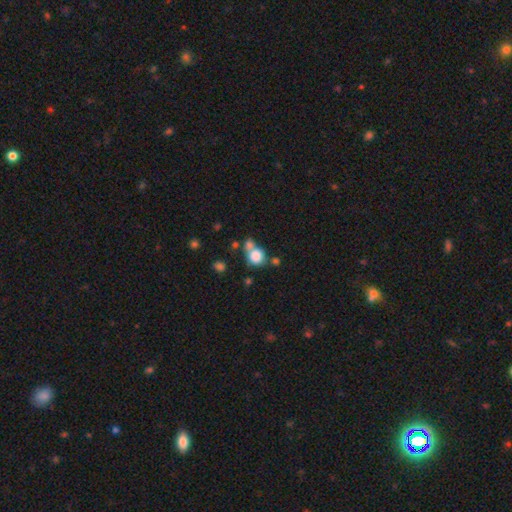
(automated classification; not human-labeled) Smooth or featured?
  - smooth: 81% *
  - star or artifact: 10%
  - featured or disk: 9%
How rounded?
  - round: 78% *
  - in between: 21%
  - cigar-shaped: 1%
Merging?
  - merger: 43% *
  - none: 39%
  - minor disturbance: 11%
  - major disturbance: 6%